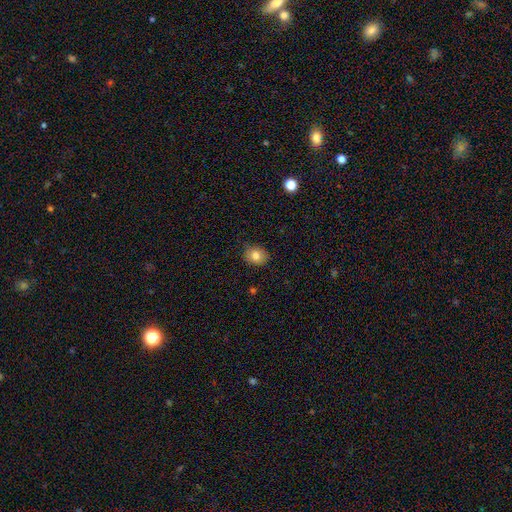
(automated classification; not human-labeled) This appears to be a smooth galaxy with no disk features (80%) that is round (68%). Merging: none (85%).